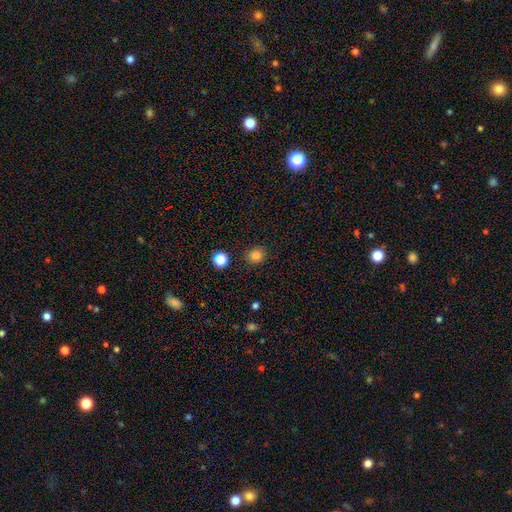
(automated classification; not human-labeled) The model was most divided on "how rounded": round: 79%, in between: 20%, cigar-shaped: 1%. More confident: merging — none (86%); smooth or featured — smooth (84%).